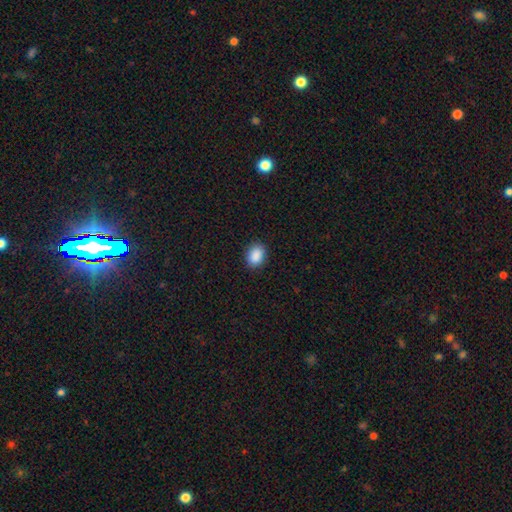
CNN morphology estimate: smooth-or-featured: smooth: 90% | star or artifact: 8% | featured or disk: 3%
  how-rounded: in between: 73% | round: 26% | cigar-shaped: 1%
  merging: none: 88% | minor disturbance: 9% | major disturbance: 2% | merger: 1%